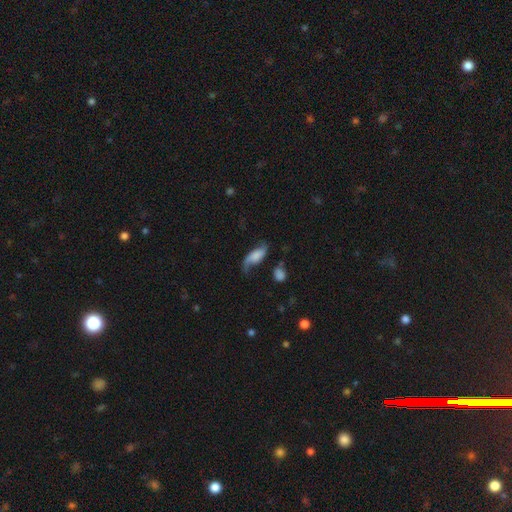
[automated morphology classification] Q: Smooth or featured?
A: featured or disk (58%); runner-up: smooth (33%)
Q: Edge-on disk?
A: no (90%); runner-up: yes (10%)
Q: Bar?
A: no (59%); runner-up: weak (29%)
Q: Spiral arms?
A: yes (90%); runner-up: no (10%)
Q: Bulge size?
A: none (42%); runner-up: large (19%)
Q: Merging?
A: none (50%); runner-up: minor disturbance (25%)